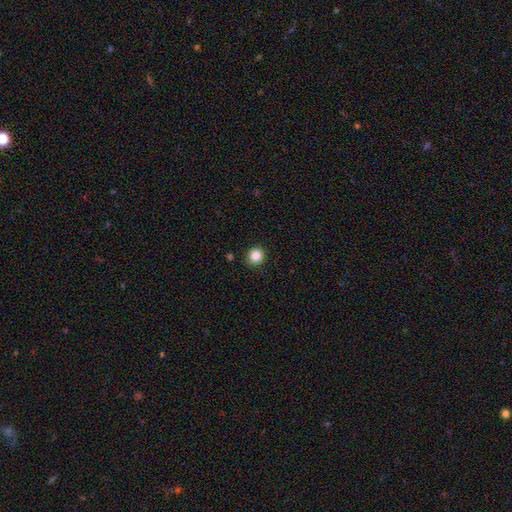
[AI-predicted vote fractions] smooth 86%, star or artifact 11%, featured or disk 3%. Down the decision tree: how rounded — round (91%); merging — none (88%).